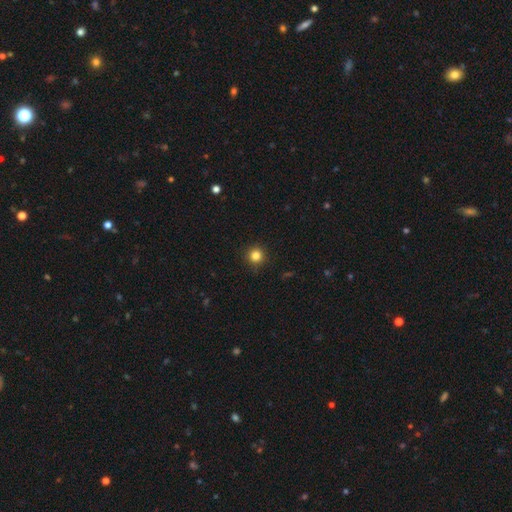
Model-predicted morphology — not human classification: A smooth galaxy with no disk features (83%) that is round (95%).

Vote fractions:
- Smooth or featured? smooth: 83% / star or artifact: 12% / featured or disk: 4%
- How rounded? round: 95% / in between: 4% / cigar-shaped: 1%
- Merging? none: 91% / minor disturbance: 6% / major disturbance: 2% / merger: 1%